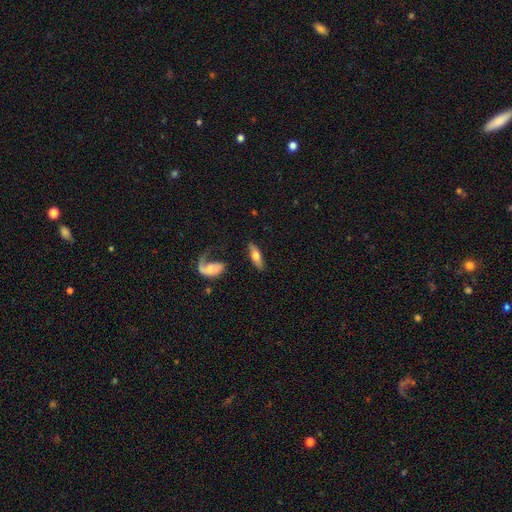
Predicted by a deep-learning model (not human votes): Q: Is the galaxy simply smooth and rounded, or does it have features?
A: smooth — 53%.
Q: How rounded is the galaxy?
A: in between — 65%.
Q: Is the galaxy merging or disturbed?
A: none — 76%.